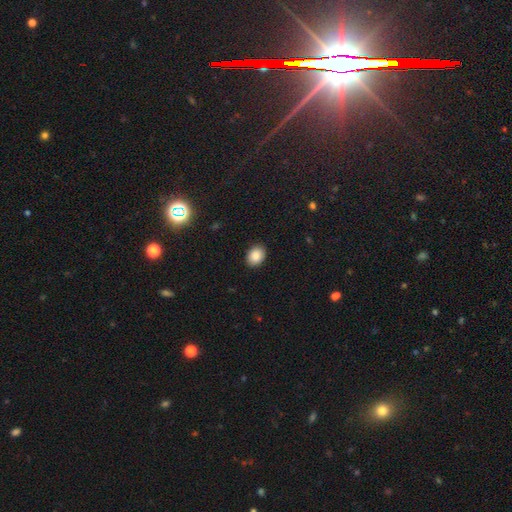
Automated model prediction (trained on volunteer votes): This appears to be a smooth galaxy with no disk features (88%) that is in between round and cigar-shaped (66%). Merging: none (90%).